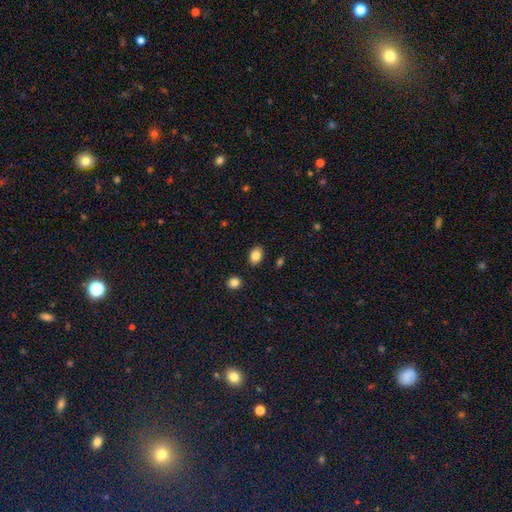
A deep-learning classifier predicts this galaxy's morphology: smooth 84%, star or artifact 9%, featured or disk 8%. Down the decision tree: how rounded — in between (79%); merging — none (87%).